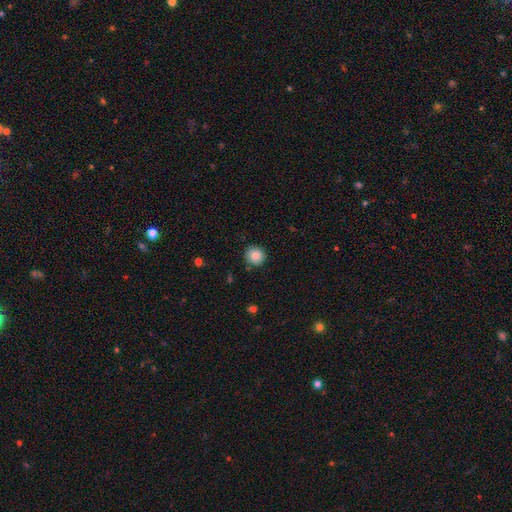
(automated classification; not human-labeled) A smooth galaxy with no disk features (86%) that is round (92%). Merging: none (87%).